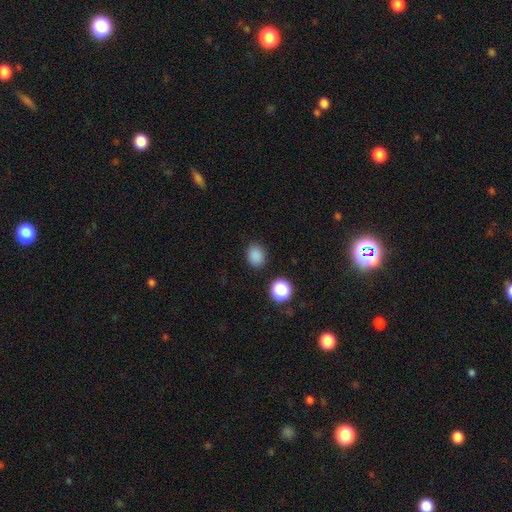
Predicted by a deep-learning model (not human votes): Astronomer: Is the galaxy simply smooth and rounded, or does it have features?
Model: smooth — 84%.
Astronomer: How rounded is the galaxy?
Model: round — 57% (runner-up: in between, 42%).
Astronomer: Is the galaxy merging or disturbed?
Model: none — 86%.